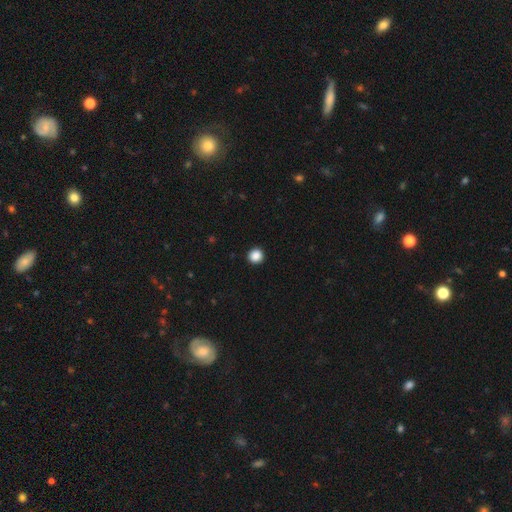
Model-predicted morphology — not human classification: Smooth or featured: smooth — 88% (star or artifact — 10%)
How rounded: round — 94% (in between — 5%)
Merging: none — 94% (minor disturbance — 4%)